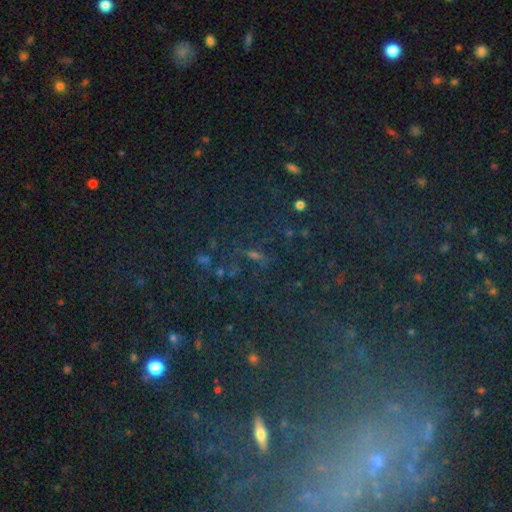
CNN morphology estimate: Smooth or featured: star or artifact — 66% (smooth — 22%)